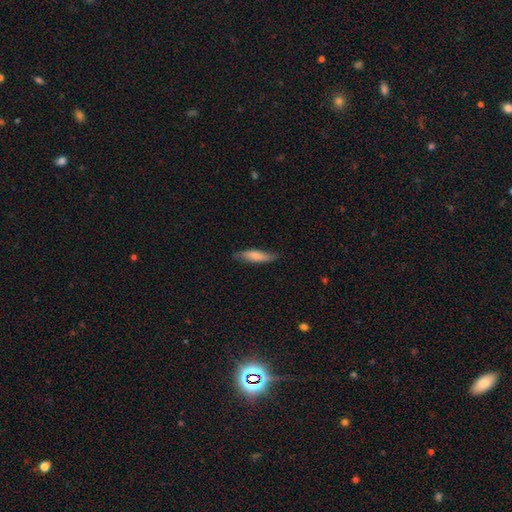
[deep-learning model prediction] The model was most divided on "how rounded": cigar-shaped: 70%, in between: 28%, round: 2%. More confident: merging — none (76%); smooth or featured — smooth (73%).